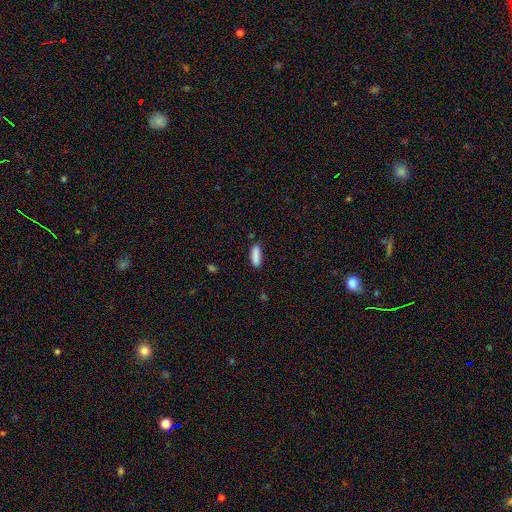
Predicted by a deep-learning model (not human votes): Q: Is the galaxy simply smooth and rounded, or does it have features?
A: smooth — 89%.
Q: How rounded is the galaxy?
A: in between — 56%.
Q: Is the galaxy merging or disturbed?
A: none — 84%.